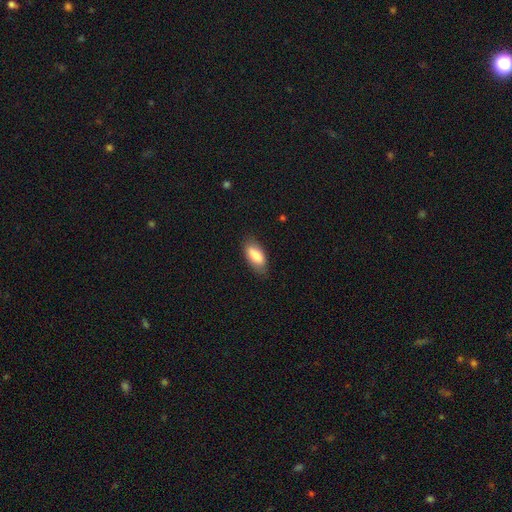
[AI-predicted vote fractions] Smooth or featured? smooth (82%)
How rounded? in between (87%)
Merging? none (79%)